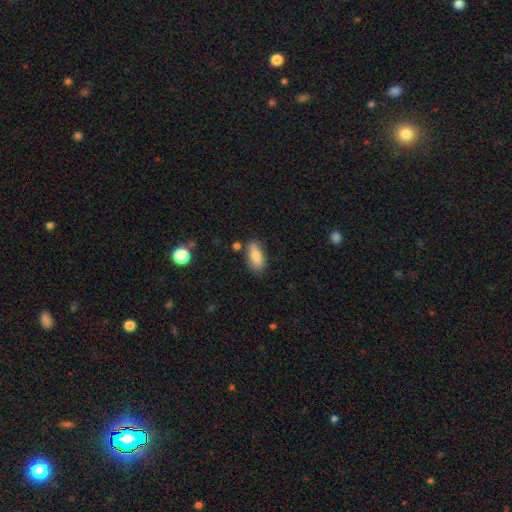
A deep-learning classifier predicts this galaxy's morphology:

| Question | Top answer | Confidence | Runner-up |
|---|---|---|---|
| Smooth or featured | smooth | 74% | featured or disk (18%) |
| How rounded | in between | 78% | cigar-shaped (18%) |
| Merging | none | 77% | minor disturbance (15%) |